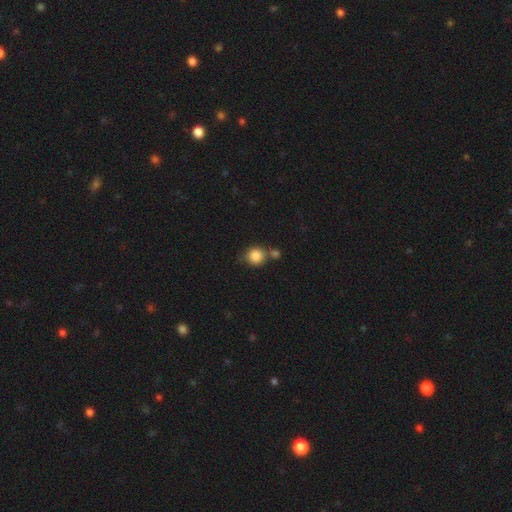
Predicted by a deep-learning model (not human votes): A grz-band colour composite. It shows a smooth galaxy with no disk features (85%) that is round (88%). Merging: none (60%).